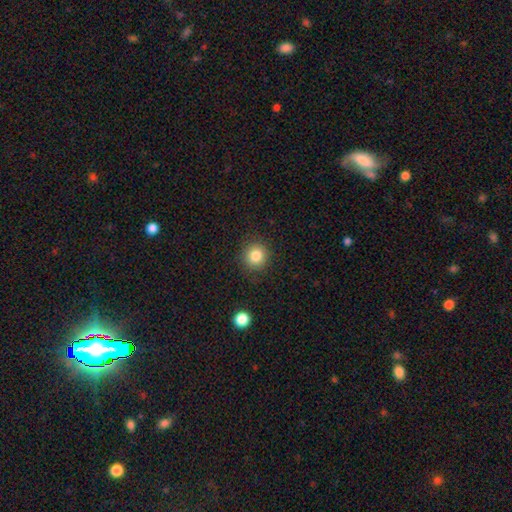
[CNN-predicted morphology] Q: Smooth or featured?
A: smooth (82%); runner-up: star or artifact (11%)
Q: How rounded?
A: round (90%); runner-up: in between (9%)
Q: Merging?
A: none (88%); runner-up: minor disturbance (8%)